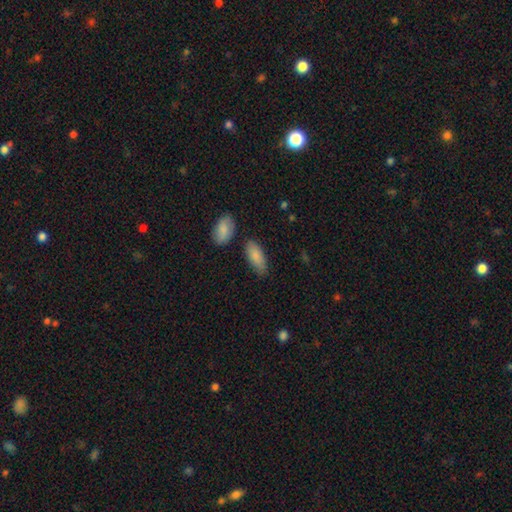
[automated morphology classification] A smooth galaxy with no disk features (86%) that is in between round and cigar-shaped (85%).

Vote fractions:
- Smooth or featured? smooth: 86% / featured or disk: 9% / star or artifact: 6%
- How rounded? in between: 85% / cigar-shaped: 13% / round: 2%
- Merging? none: 77% / minor disturbance: 15% / merger: 5% / major disturbance: 3%